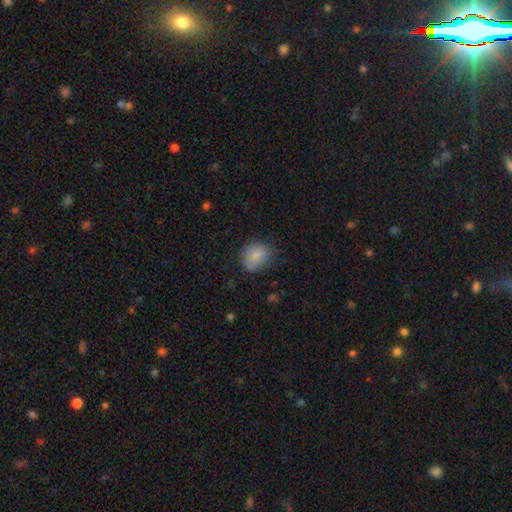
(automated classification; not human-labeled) Smooth or featured? Predicted: smooth (p=0.82). How rounded? Predicted: round (p=0.56). Merging? Predicted: none (p=0.68).